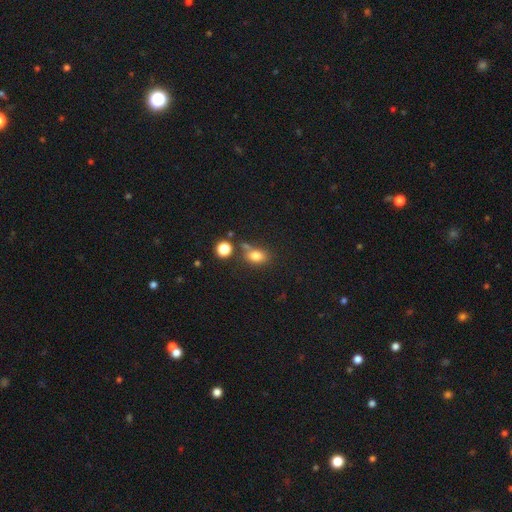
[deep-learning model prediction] The model was most divided on "merging": none: 59%, merger: 17%, minor disturbance: 17%, major disturbance: 6%. More confident: smooth or featured — smooth (79%); how rounded — in between (72%).